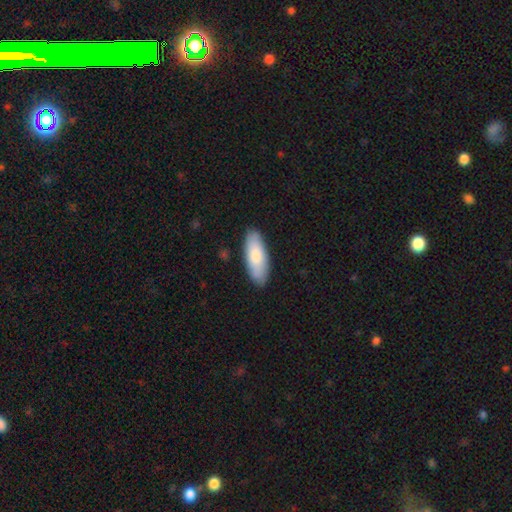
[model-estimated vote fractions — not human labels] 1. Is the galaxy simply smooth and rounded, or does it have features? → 79% smooth, 16% featured or disk, 5% star or artifact.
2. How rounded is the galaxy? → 74% in between, 24% cigar-shaped, 2% round.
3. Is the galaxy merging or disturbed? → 87% none, 10% minor disturbance, 2% major disturbance, 1% merger.